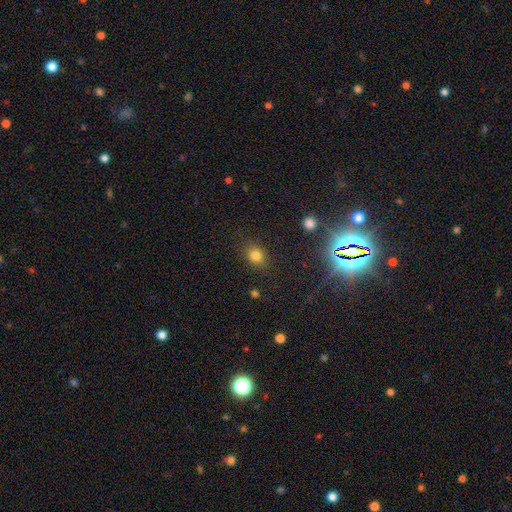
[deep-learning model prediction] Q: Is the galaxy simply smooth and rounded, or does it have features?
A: smooth — 79%.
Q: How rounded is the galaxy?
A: round — 51%.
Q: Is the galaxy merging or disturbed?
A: none — 84%.